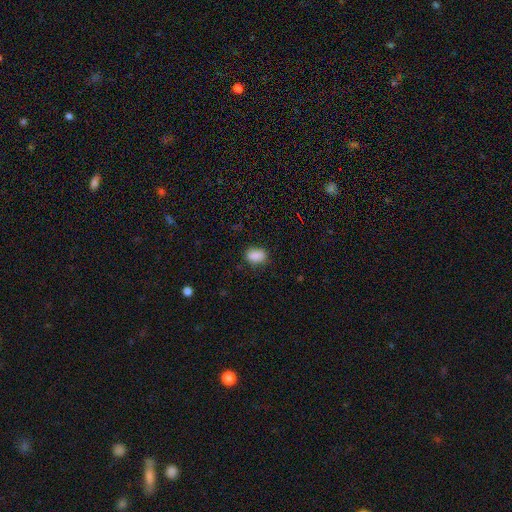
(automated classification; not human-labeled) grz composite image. It shows a smooth galaxy with no disk features (87%) that is in between round and cigar-shaped (79%). Merging: none (81%).